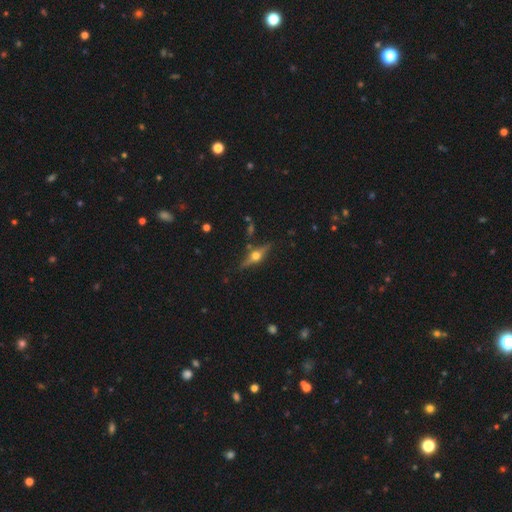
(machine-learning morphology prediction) type=featured or disk (77%); edge-on=yes (96%); edge-on bulge=rounded (96%); merging=none (85%).